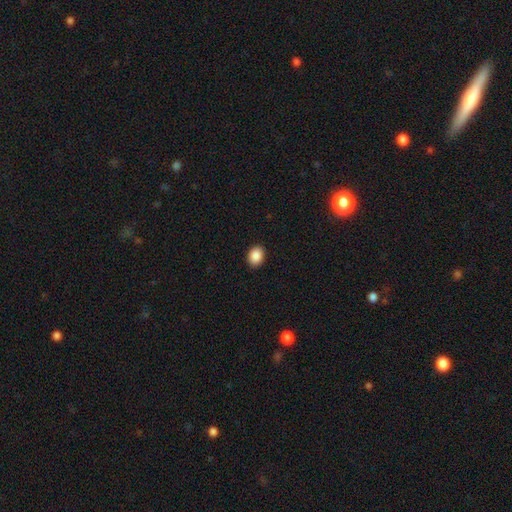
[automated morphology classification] smooth-or-featured: smooth: 89% | star or artifact: 8% | featured or disk: 3%
  how-rounded: in between: 62% | round: 37% | cigar-shaped: 1%
  merging: none: 91% | minor disturbance: 6% | major disturbance: 2% | merger: 1%